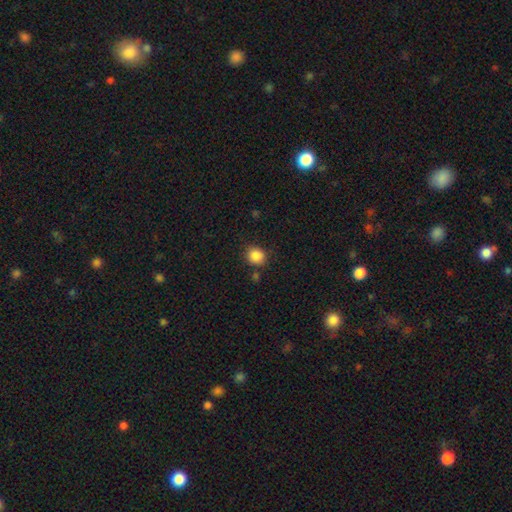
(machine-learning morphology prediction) Overall: smooth (87%). How rounded: round (79%). Merging: none (81%).